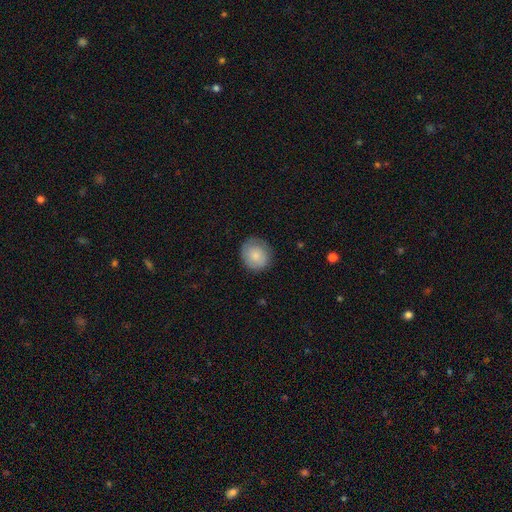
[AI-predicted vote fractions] smooth_or_featured: smooth (p=0.79) [alt: featured or disk p=0.14]
how_rounded: round (p=0.85) [alt: in between p=0.15]
merging: none (p=0.80) [alt: minor disturbance p=0.15]